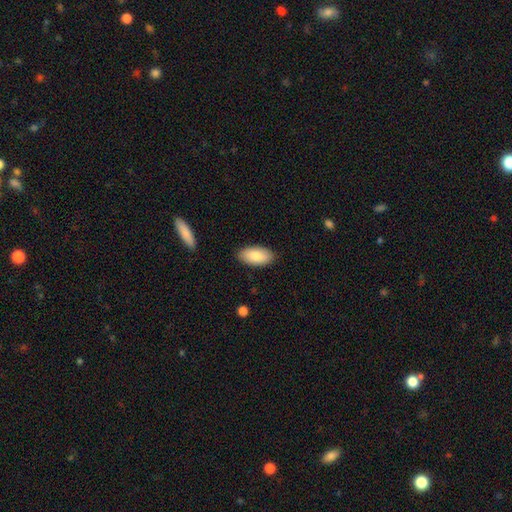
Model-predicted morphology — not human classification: Smooth or featured? Predicted: smooth (p=0.85). How rounded? Predicted: in between (p=0.95). Merging? Predicted: none (p=0.88).